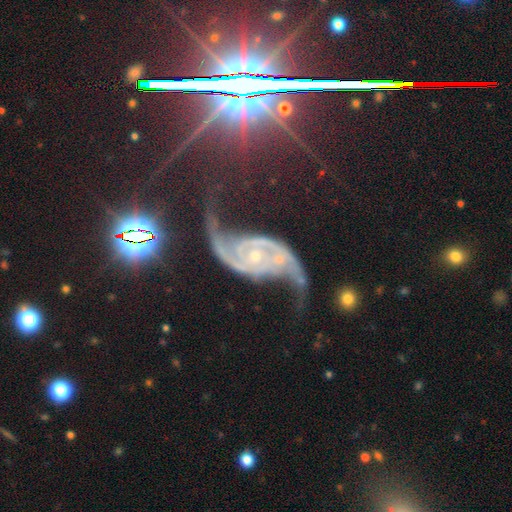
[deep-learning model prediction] Smooth or featured: featured or disk — 89% (star or artifact — 8%)
Edge-on disk: no — 97% (yes — 3%)
Bar: no — 66% (weak — 22%)
Spiral arms: yes — 98% (no — 2%)
Spiral winding: loose — 48% (medium — 39%)
Spiral arm count: 2 — 91% (can't tell — 2%)
Bulge size: small — 74% (moderate — 22%)
Merging: none — 51% (major disturbance — 22%)